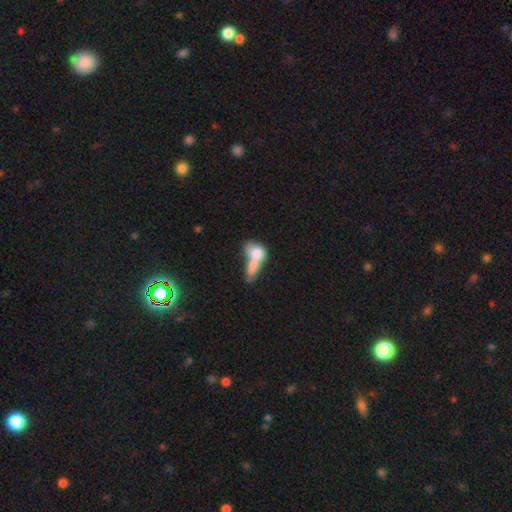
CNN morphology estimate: This is likely a smooth galaxy (69%). How rounded: likely in between (64%). Merging: likely merger (66%).